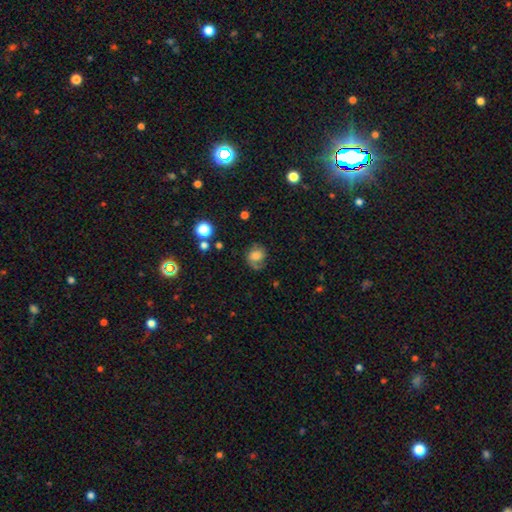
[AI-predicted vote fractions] This appears to be a smooth galaxy with no disk features (53%) that is round (71%). Merging: none (58%).